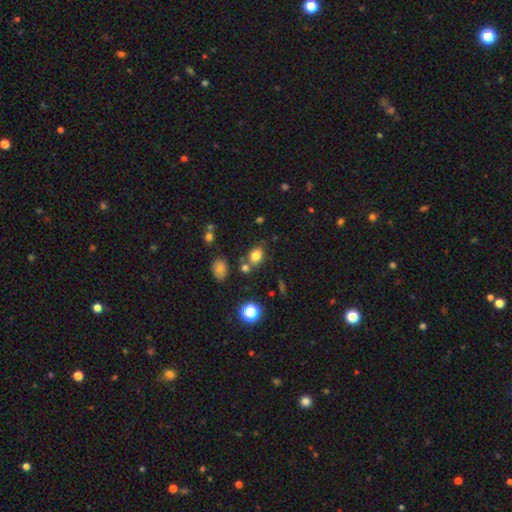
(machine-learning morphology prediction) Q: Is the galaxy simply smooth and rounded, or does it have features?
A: smooth — 78%.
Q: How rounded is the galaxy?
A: in between — 56%.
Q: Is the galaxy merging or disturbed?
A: none — 69%.